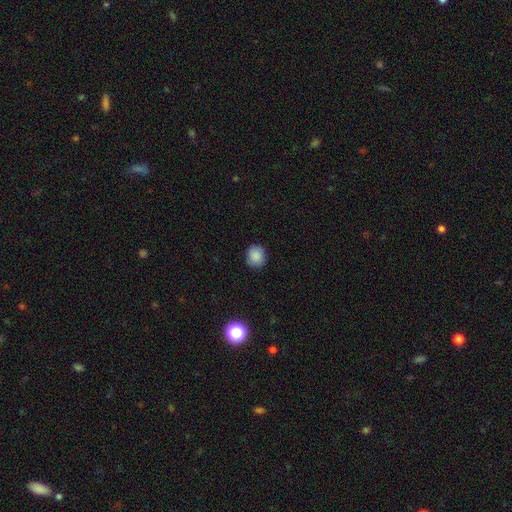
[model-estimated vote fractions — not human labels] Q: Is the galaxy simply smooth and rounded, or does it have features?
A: smooth — 87%.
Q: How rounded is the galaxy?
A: round — 84%.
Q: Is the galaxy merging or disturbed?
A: none — 89%.